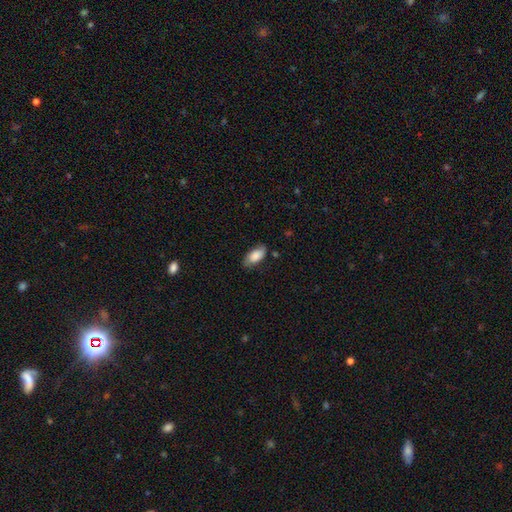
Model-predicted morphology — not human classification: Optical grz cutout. It shows a smooth galaxy with no disk features (80%) that is in between round and cigar-shaped (91%). Merging: none (73%).